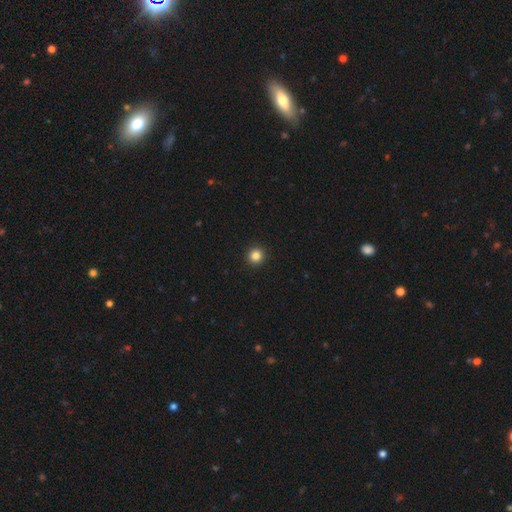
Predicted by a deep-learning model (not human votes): Smooth or featured? Predicted: smooth (p=0.84). How rounded? Predicted: round (p=0.95). Merging? Predicted: none (p=0.94).